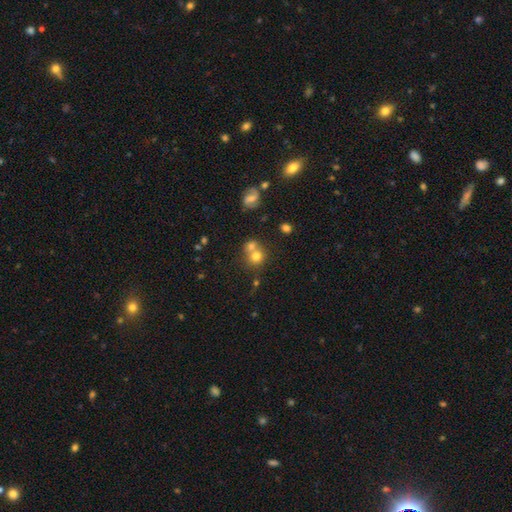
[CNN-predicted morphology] This is likely a smooth galaxy (72%). How rounded: clearly round (83%). Merging: possibly merger (47%).